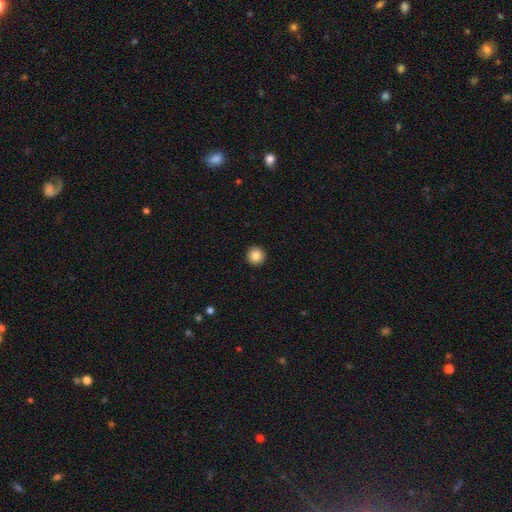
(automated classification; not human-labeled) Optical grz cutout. It shows a smooth galaxy with no disk features (86%) that is round (96%). Merging: none (93%).